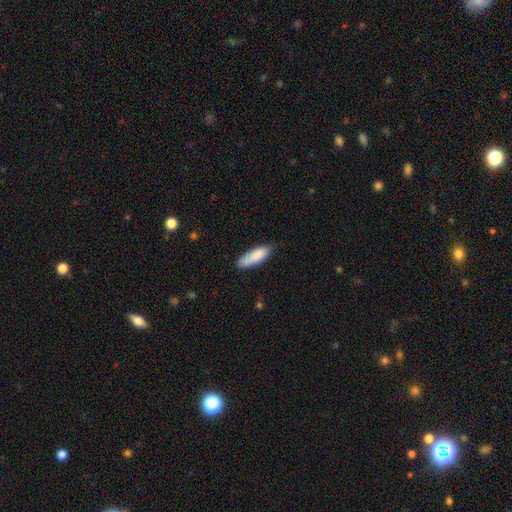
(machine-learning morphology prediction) smooth-or-featured: smooth: 86% | featured or disk: 8% | star or artifact: 6%
  how-rounded: in between: 53% | cigar-shaped: 45% | round: 1%
  merging: none: 72% | minor disturbance: 23% | major disturbance: 3% | merger: 2%